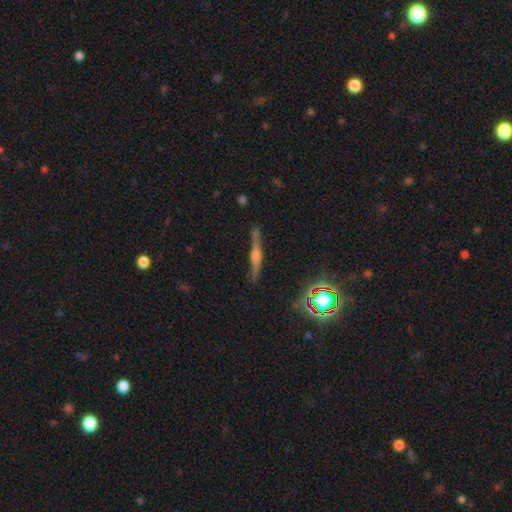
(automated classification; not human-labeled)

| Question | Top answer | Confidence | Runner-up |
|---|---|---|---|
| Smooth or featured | featured or disk | 65% | smooth (22%) |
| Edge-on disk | yes | 97% | no (3%) |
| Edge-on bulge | rounded | 70% | boxy (21%) |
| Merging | none | 85% | minor disturbance (10%) |